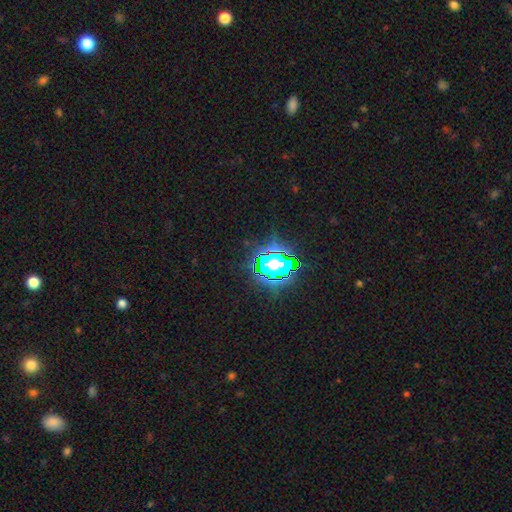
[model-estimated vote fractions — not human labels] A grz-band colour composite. It shows a star or artifact, not a galaxy (82%).